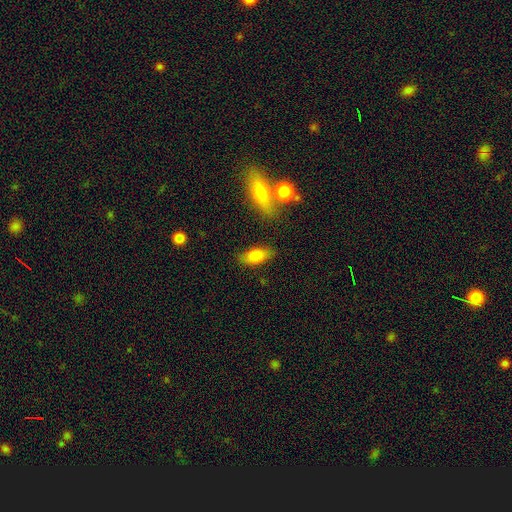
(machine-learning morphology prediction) Smooth or featured?
  - smooth: 83% *
  - featured or disk: 10%
  - star or artifact: 7%
How rounded?
  - in between: 87% *
  - cigar-shaped: 10%
  - round: 3%
Merging?
  - none: 78% *
  - minor disturbance: 13%
  - merger: 5%
  - major disturbance: 4%